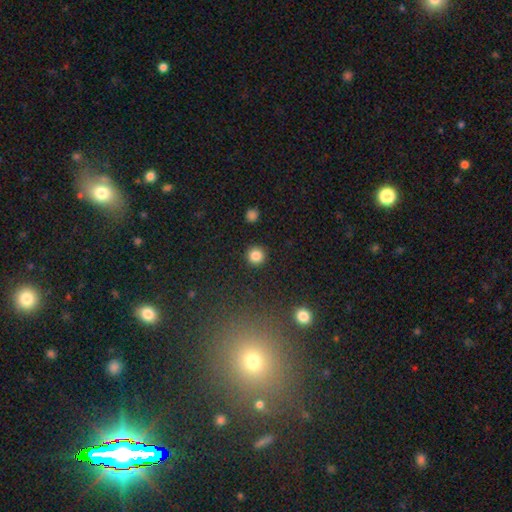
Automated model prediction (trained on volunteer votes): A smooth galaxy with no disk features (84%) that is round (95%).

Vote fractions:
- Smooth or featured? smooth: 84% / star or artifact: 12% / featured or disk: 4%
- How rounded? round: 95% / in between: 4% / cigar-shaped: 1%
- Merging? none: 92% / minor disturbance: 5% / major disturbance: 2% / merger: 1%